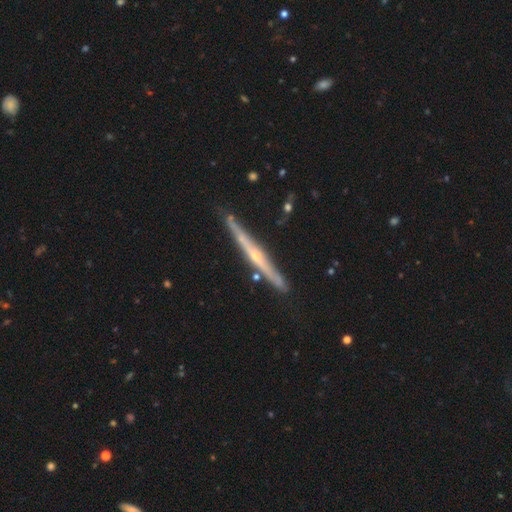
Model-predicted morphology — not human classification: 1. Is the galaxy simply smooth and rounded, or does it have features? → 81% featured or disk, 13% smooth, 5% star or artifact.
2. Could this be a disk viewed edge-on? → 98% yes, 2% no.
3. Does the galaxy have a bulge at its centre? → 72% rounded, 24% none, 4% boxy.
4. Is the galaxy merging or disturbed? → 85% none, 11% minor disturbance, 2% merger, 2% major disturbance.